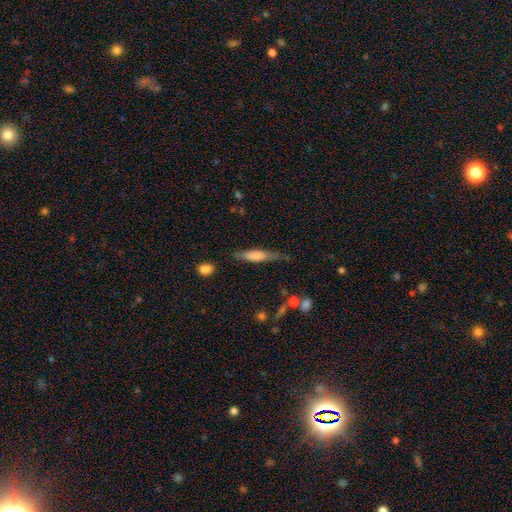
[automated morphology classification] smooth-or-featured: smooth: 63% | featured or disk: 30% | star or artifact: 6%
  how-rounded: cigar-shaped: 79% | in between: 19% | round: 2%
  merging: none: 71% | minor disturbance: 21% | major disturbance: 5% | merger: 3%